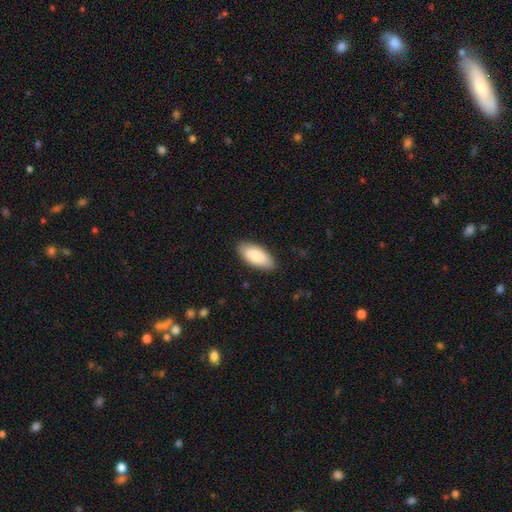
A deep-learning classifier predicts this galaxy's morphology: smooth_or_featured: smooth (p=0.86) [alt: featured or disk p=0.09]
how_rounded: in between (p=0.91) [alt: cigar-shaped p=0.08]
merging: none (p=0.86) [alt: minor disturbance p=0.11]